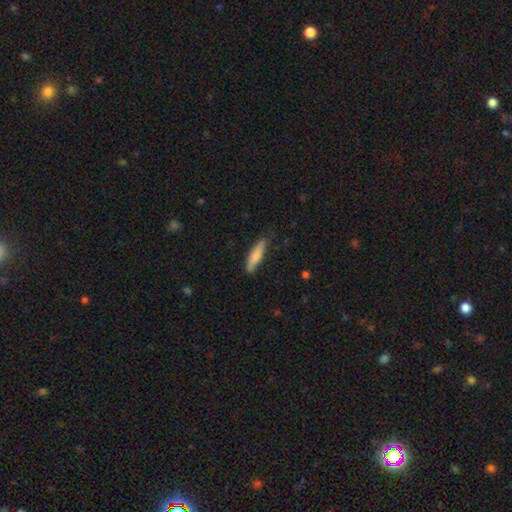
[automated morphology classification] Smooth or featured: smooth — 78% (featured or disk — 16%)
How rounded: cigar-shaped — 75% (in between — 23%)
Merging: none — 81% (minor disturbance — 15%)